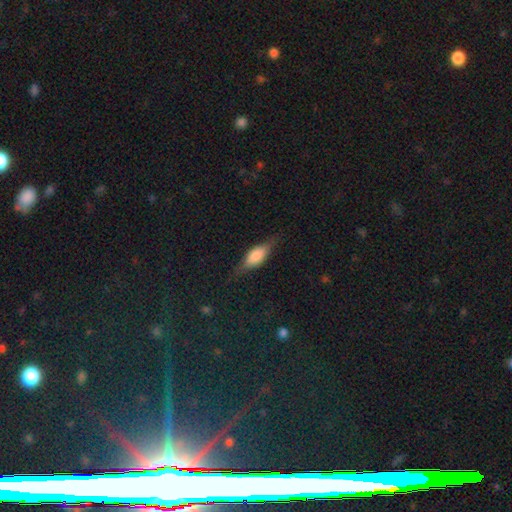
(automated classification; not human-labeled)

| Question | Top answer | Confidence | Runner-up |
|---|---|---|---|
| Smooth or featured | smooth | 60% | featured or disk (32%) |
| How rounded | in between | 69% | cigar-shaped (27%) |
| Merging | none | 70% | minor disturbance (21%) |